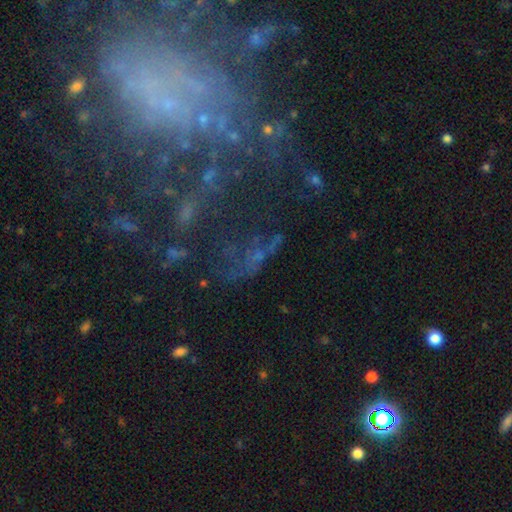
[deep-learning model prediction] A featured or disk galaxy (47%).

Vote fractions:
- Smooth or featured? featured or disk: 47% / star or artifact: 37% / smooth: 17%
- Merging? none: 56% / major disturbance: 22% / minor disturbance: 15% / merger: 7%